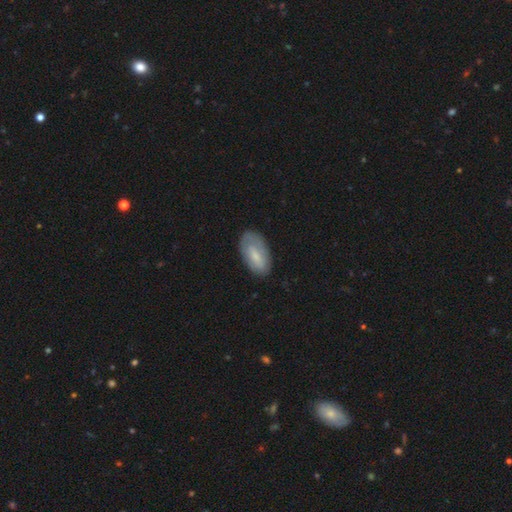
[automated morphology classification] A smooth galaxy with no disk features (64%) that is in between round and cigar-shaped (92%).

Vote fractions:
- Smooth or featured? smooth: 64% / featured or disk: 29% / star or artifact: 7%
- How rounded? in between: 92% / cigar-shaped: 4% / round: 3%
- Merging? none: 74% / minor disturbance: 19% / major disturbance: 5% / merger: 1%